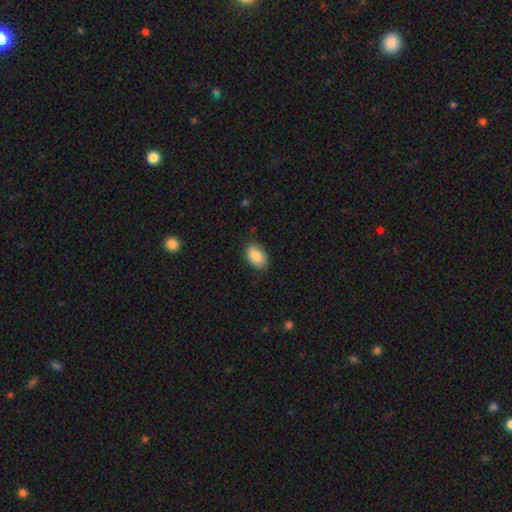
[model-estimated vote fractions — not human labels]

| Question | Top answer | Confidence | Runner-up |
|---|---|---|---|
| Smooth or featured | smooth | 86% | featured or disk (7%) |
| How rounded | in between | 91% | round (8%) |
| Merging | none | 83% | minor disturbance (13%) |